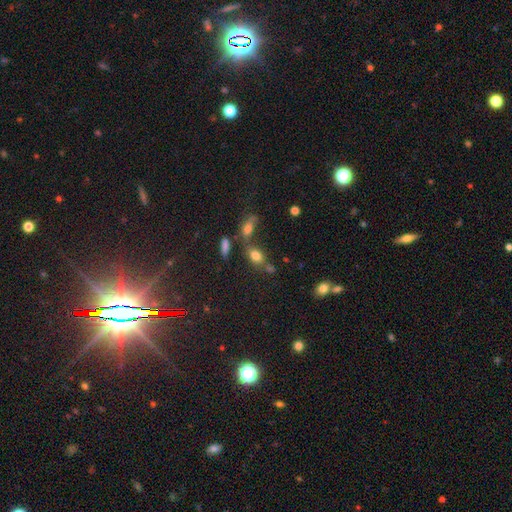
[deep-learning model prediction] Q: Smooth or featured?
A: smooth (76%); runner-up: star or artifact (13%)
Q: How rounded?
A: in between (80%); runner-up: round (15%)
Q: Merging?
A: none (55%); runner-up: merger (24%)